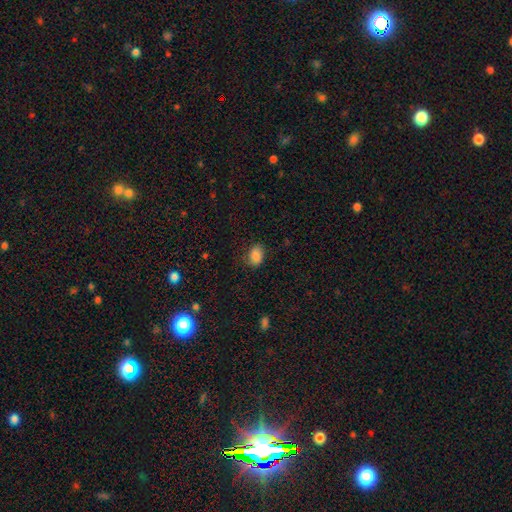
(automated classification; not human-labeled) smooth 85%, star or artifact 9%, featured or disk 6%. Down the decision tree: how rounded — in between (81%); merging — none (72%).